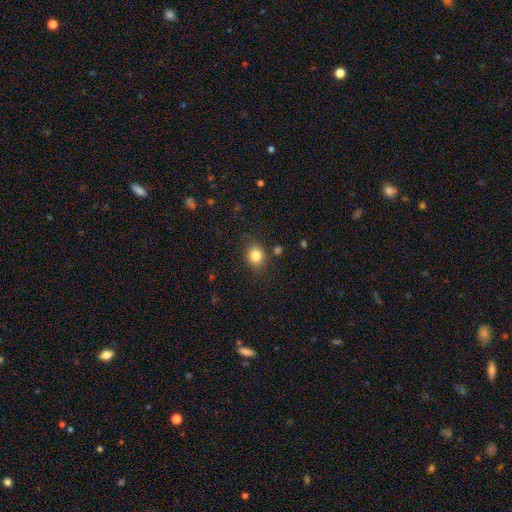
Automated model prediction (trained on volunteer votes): Q: Smooth or featured?
A: smooth (83%); runner-up: star or artifact (11%)
Q: How rounded?
A: round (66%); runner-up: in between (33%)
Q: Merging?
A: none (83%); runner-up: minor disturbance (11%)